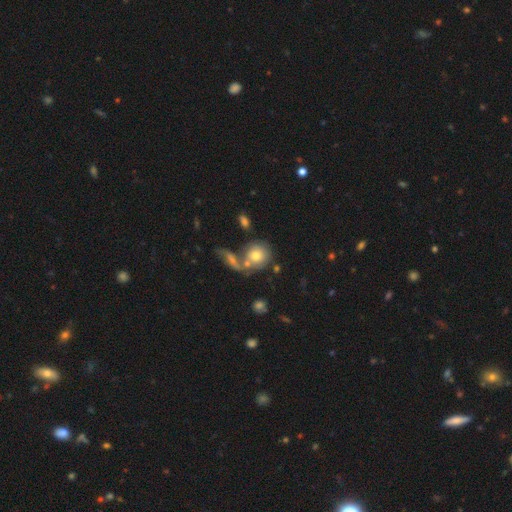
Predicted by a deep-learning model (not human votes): Overall: smooth (68%). How rounded: round (77%). Merging: none (44%; merger 36%).